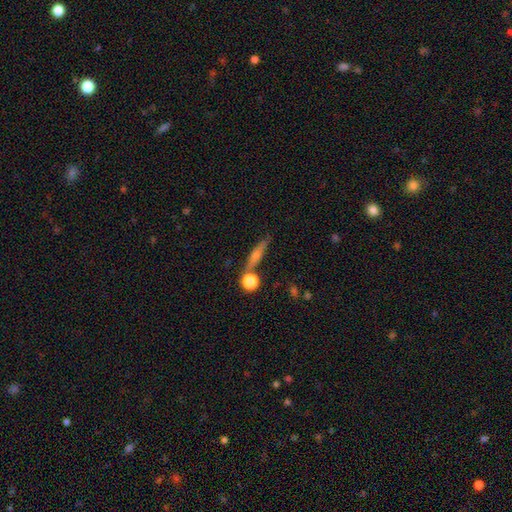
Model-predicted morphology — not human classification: Smooth or featured? Predicted: featured or disk (p=0.52). Edge-on disk? Predicted: yes (p=0.92). Merging? Predicted: none (p=0.75).